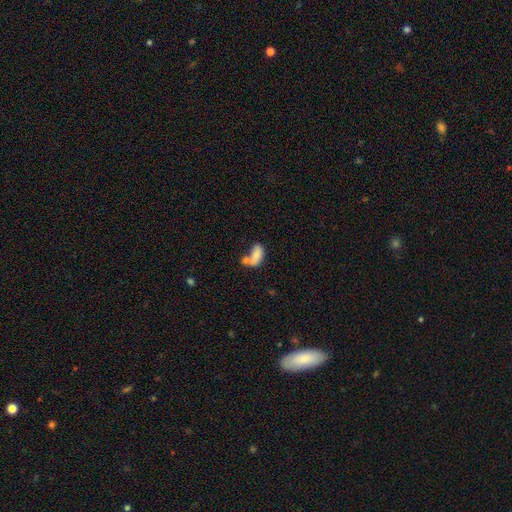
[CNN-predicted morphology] Smooth or featured?
  - smooth: 72% *
  - featured or disk: 19%
  - star or artifact: 9%
How rounded?
  - in between: 89% *
  - round: 6%
  - cigar-shaped: 4%
Merging?
  - merger: 54% *
  - none: 23%
  - minor disturbance: 13%
  - major disturbance: 11%